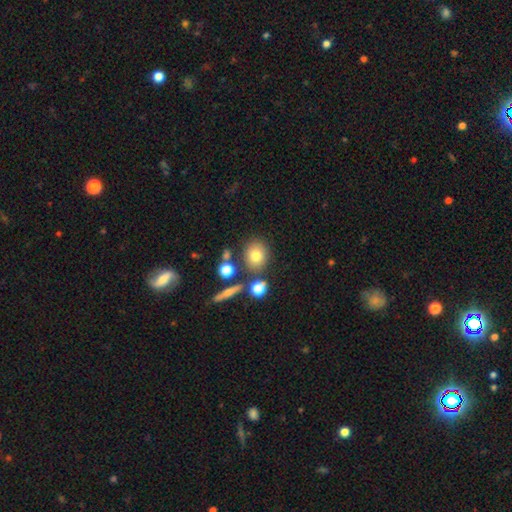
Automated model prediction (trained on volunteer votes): Q: Smooth or featured?
A: smooth (75%); runner-up: featured or disk (13%)
Q: How rounded?
A: round (69%); runner-up: in between (29%)
Q: Merging?
A: none (76%); runner-up: minor disturbance (10%)